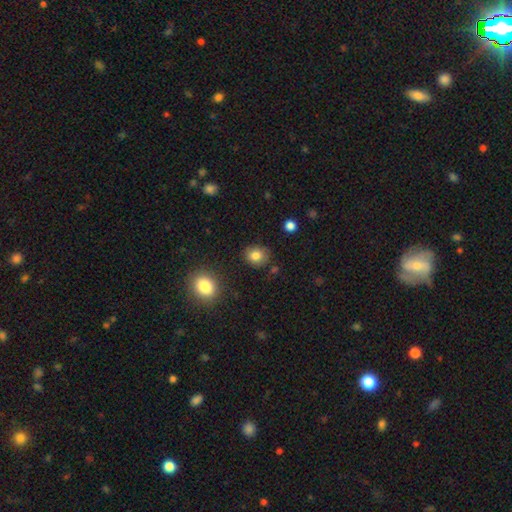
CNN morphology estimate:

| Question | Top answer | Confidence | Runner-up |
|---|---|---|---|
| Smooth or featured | smooth | 83% | star or artifact (10%) |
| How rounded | round | 71% | in between (28%) |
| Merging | none | 83% | minor disturbance (12%) |